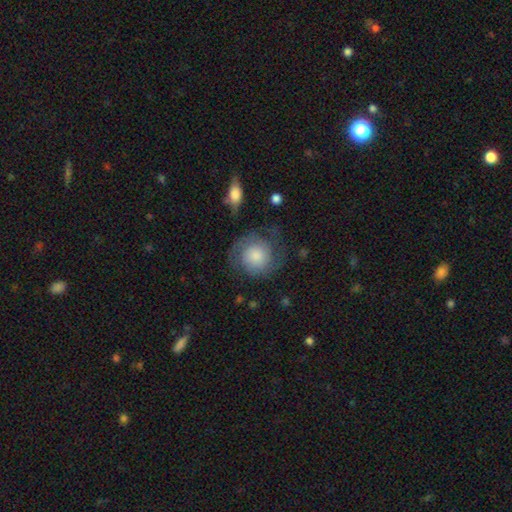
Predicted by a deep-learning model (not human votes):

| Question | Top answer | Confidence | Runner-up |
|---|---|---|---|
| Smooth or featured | featured or disk | 53% | smooth (39%) |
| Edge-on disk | no | 97% | yes (3%) |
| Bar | no | 79% | weak (18%) |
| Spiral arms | yes | 90% | no (10%) |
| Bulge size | large | 29% | tied: moderate (29%) |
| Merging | none | 65% | minor disturbance (18%) |